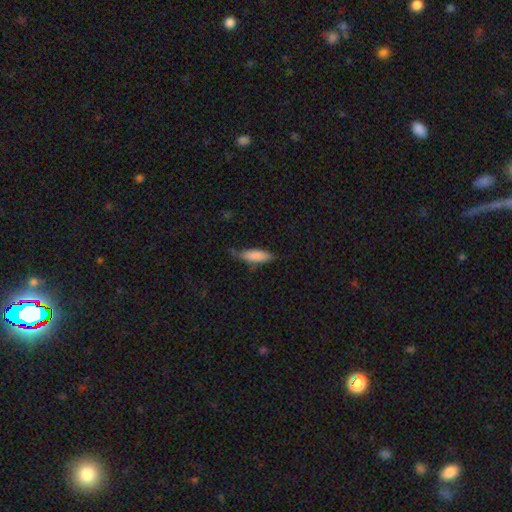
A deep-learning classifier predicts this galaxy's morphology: Overall: smooth (83%). How rounded: cigar-shaped (52%; in between 47%). Merging: none (63%; minor disturbance 29%).